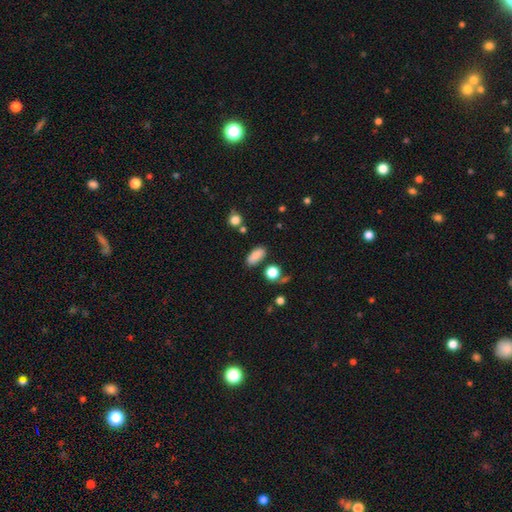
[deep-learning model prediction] smooth_or_featured: smooth (p=0.85) [alt: star or artifact p=0.10]
how_rounded: in between (p=0.84) [alt: cigar-shaped p=0.10]
merging: none (p=0.79) [alt: minor disturbance p=0.13]